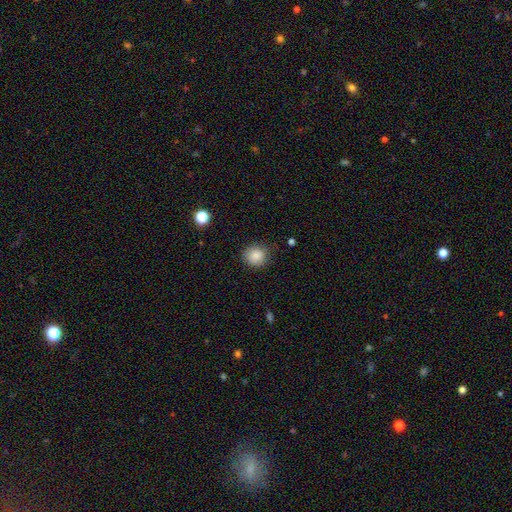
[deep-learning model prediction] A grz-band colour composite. It shows a smooth galaxy with no disk features (86%) that is round (84%). Merging: none (81%).